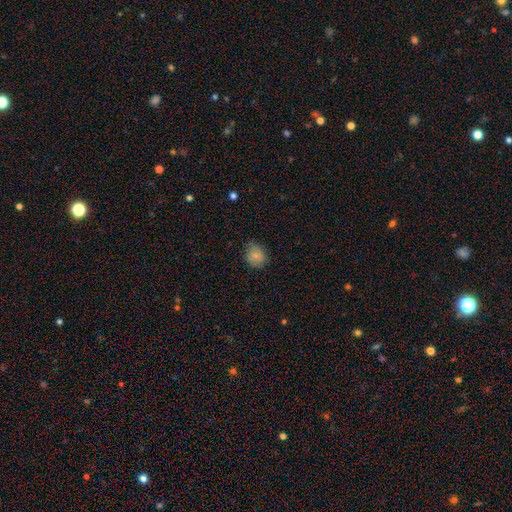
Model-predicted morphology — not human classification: Smooth or featured?
  - smooth: 80% *
  - featured or disk: 11%
  - star or artifact: 8%
How rounded?
  - round: 59% *
  - in between: 40%
  - cigar-shaped: 1%
Merging?
  - none: 71% *
  - minor disturbance: 23%
  - major disturbance: 4%
  - merger: 1%